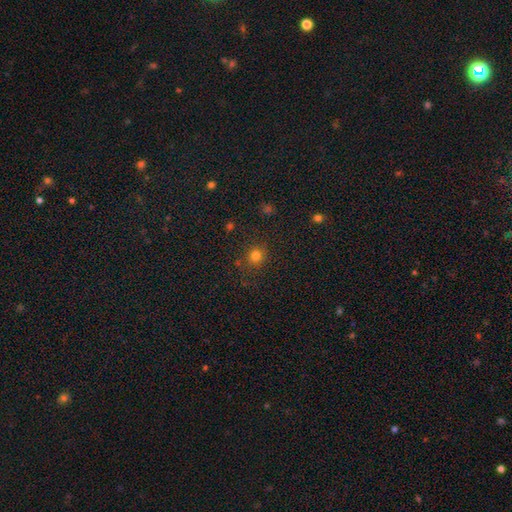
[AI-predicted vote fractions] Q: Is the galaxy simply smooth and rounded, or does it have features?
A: smooth — 79%.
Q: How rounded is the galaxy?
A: round — 88%.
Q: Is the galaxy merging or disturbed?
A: none — 82%.